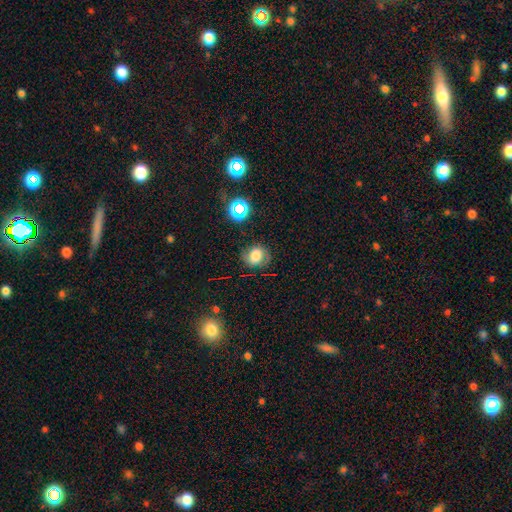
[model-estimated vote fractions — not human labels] Q: Smooth or featured?
A: smooth (59%); runner-up: featured or disk (26%)
Q: How rounded?
A: round (64%); runner-up: in between (35%)
Q: Merging?
A: none (71%); runner-up: minor disturbance (20%)